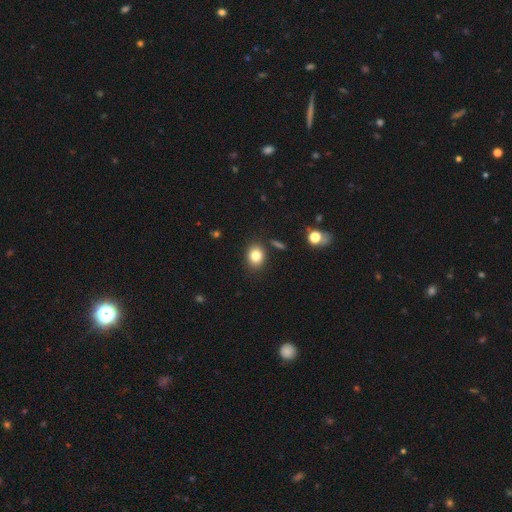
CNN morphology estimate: A smooth galaxy with no disk features (83%) that is in between round and cigar-shaped (50%).

Vote fractions:
- Smooth or featured? smooth: 83% / star or artifact: 10% / featured or disk: 7%
- How rounded? in between: 50% / round: 49% / cigar-shaped: 1%
- Merging? none: 84% / minor disturbance: 9% / merger: 4% / major disturbance: 3%